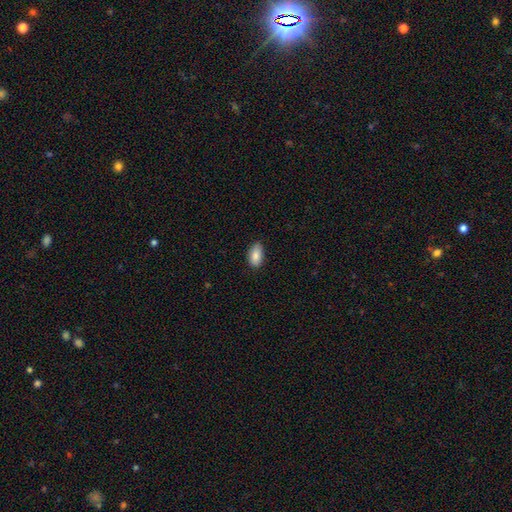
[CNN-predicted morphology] This is clearly a smooth galaxy (87%). How rounded: clearly in between (94%). Merging: clearly none (84%).